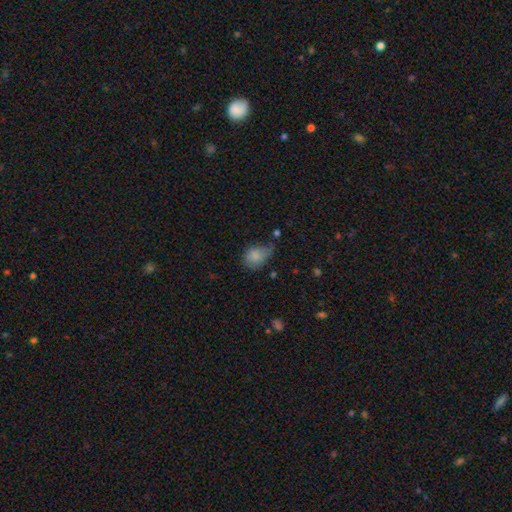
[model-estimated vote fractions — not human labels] A smooth galaxy with no disk features (80%) that is in between round and cigar-shaped (64%).

Vote fractions:
- Smooth or featured? smooth: 80% / featured or disk: 11% / star or artifact: 9%
- How rounded? in between: 64% / round: 35% / cigar-shaped: 1%
- Merging? minor disturbance: 42% / none: 36% / major disturbance: 18% / merger: 4%